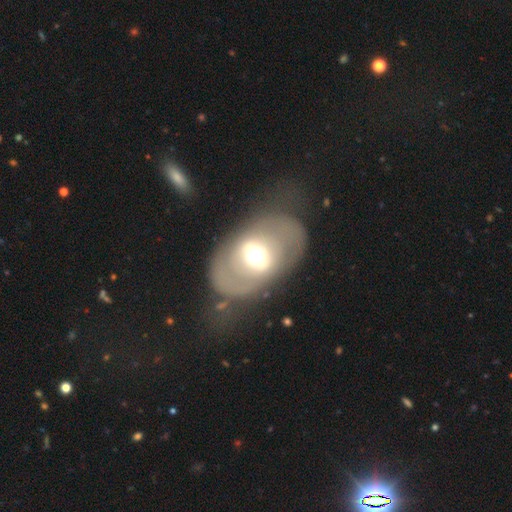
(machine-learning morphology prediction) A featured or disk galaxy (56%) with no bar (34%), no spiral arms (72%) and a moderate central bulge (58%).

Vote fractions:
- Smooth or featured? featured or disk: 56% / smooth: 35% / star or artifact: 8%
- Edge-on disk? no: 91% / yes: 9%
- Bar? no: 34% / weak: 33% / strong: 33%
- Spiral arms? no: 72% / yes: 28%
- Bulge size? moderate: 58% / large: 24% / small: 11% / dominant: 5% / none: 1%
- Merging? none: 62% / major disturbance: 17% / minor disturbance: 16% / merger: 5%